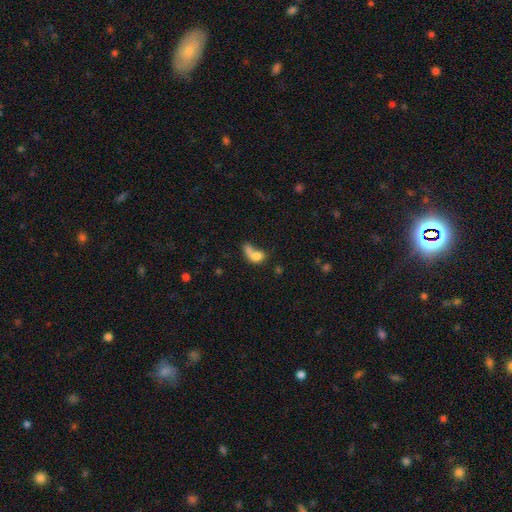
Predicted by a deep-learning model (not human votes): A smooth galaxy with no disk features (73%) that is in between round and cigar-shaped (66%). Merging: merger (61%).